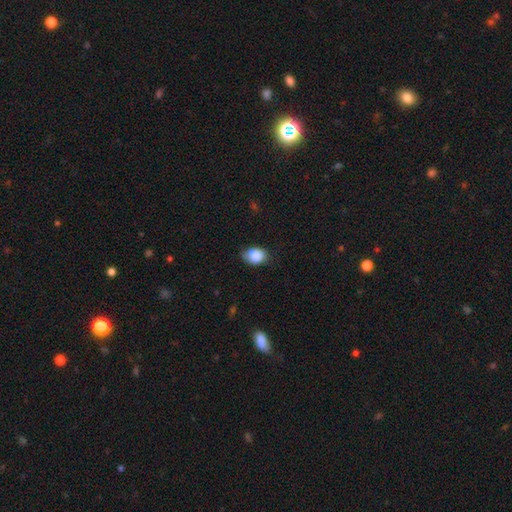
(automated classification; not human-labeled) Smooth or featured?
  - smooth: 82% *
  - featured or disk: 9%
  - star or artifact: 9%
How rounded?
  - in between: 65% *
  - round: 34%
  - cigar-shaped: 1%
Merging?
  - none: 53% *
  - minor disturbance: 36%
  - major disturbance: 8%
  - merger: 4%